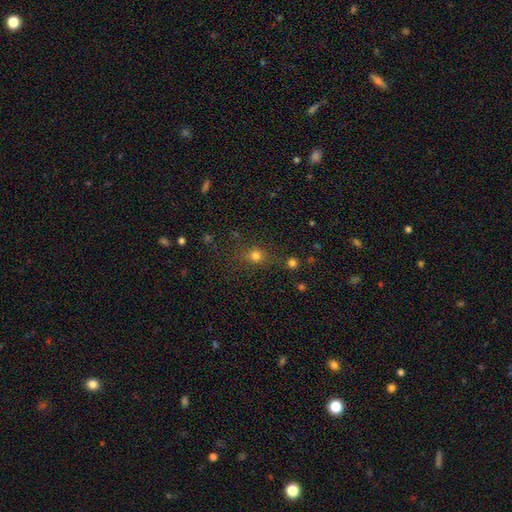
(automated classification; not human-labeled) smooth_or_featured: smooth (p=0.74) [alt: star or artifact p=0.19]
how_rounded: round (p=0.81) [alt: in between p=0.18]
merging: none (p=0.74) [alt: minor disturbance p=0.13]